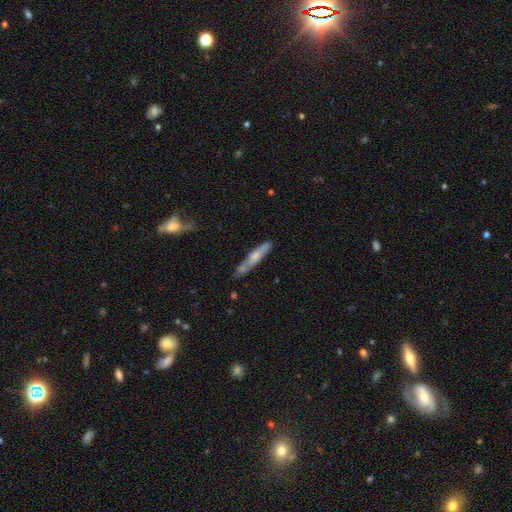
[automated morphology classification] smooth-or-featured: smooth: 58% | featured or disk: 36% | star or artifact: 6%
  how-rounded: cigar-shaped: 90% | in between: 9% | round: 2%
  merging: none: 63% | minor disturbance: 21% | merger: 12% | major disturbance: 5%